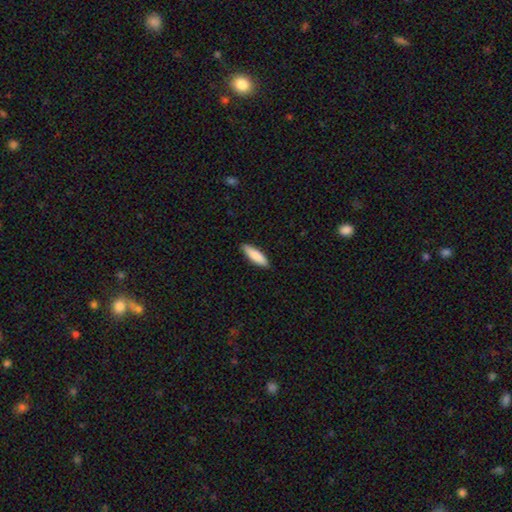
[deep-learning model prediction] Overall: smooth (85%). How rounded: cigar-shaped (61%; in between 37%). Merging: none (89%).